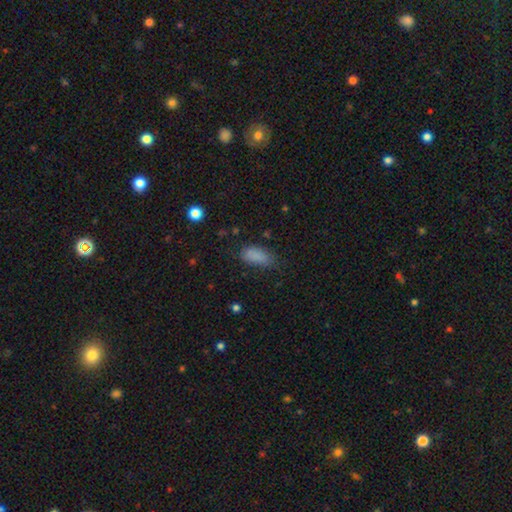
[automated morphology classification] type=smooth (85%); roundness=in between (89%); merging=none (66%).